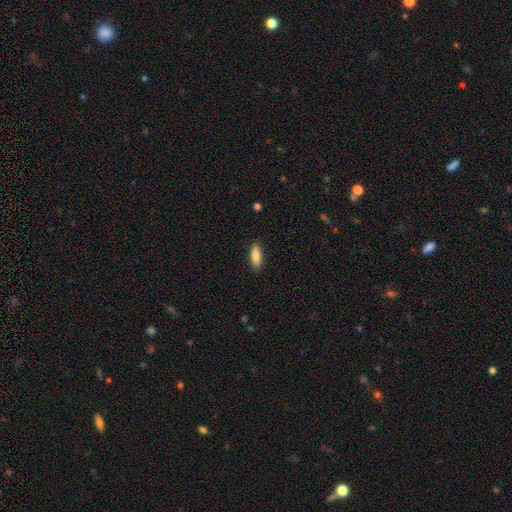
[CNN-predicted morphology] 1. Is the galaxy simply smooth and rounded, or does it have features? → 81% smooth, 13% featured or disk, 7% star or artifact.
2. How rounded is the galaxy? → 64% in between, 34% cigar-shaped, 2% round.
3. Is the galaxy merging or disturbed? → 87% none, 10% minor disturbance, 2% major disturbance, 1% merger.